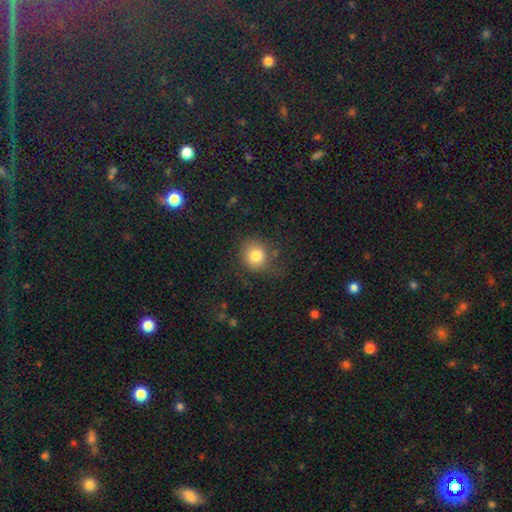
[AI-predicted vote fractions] Smooth or featured? Predicted: smooth (p=0.82). How rounded? Predicted: round (p=0.85). Merging? Predicted: none (p=0.72).